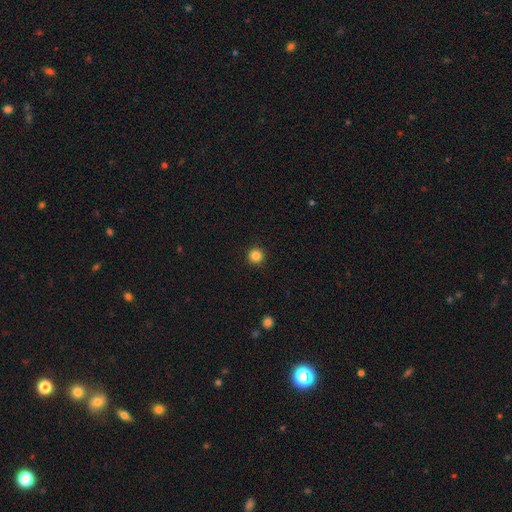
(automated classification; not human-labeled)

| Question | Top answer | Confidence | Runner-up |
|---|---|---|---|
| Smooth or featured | smooth | 84% | star or artifact (11%) |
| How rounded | round | 96% | in between (3%) |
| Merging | none | 93% | minor disturbance (4%) |